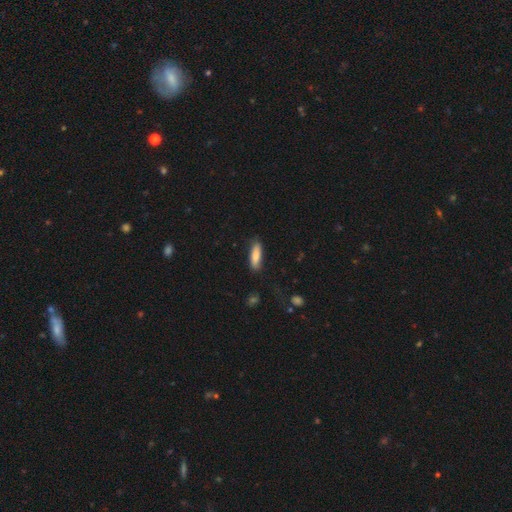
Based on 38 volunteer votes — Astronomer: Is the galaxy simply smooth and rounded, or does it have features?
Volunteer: smooth — 71%.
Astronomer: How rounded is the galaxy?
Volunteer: cigar-shaped — 56% (runner-up: in between, 41%).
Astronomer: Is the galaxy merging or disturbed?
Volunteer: none — 83%.